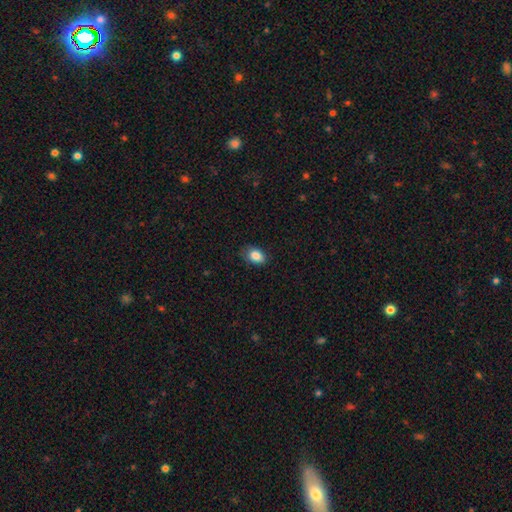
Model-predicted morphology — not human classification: smooth 85%, star or artifact 9%, featured or disk 6%. Down the decision tree: how rounded — in between (79%); merging — none (75%).